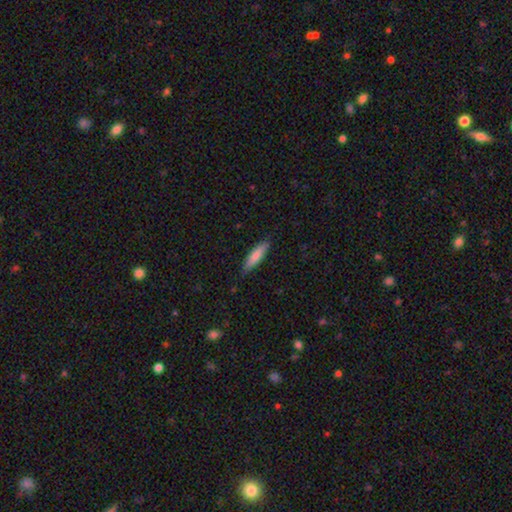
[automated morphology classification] Smooth or featured? smooth (80%)
How rounded? cigar-shaped (75%)
Merging? none (85%)